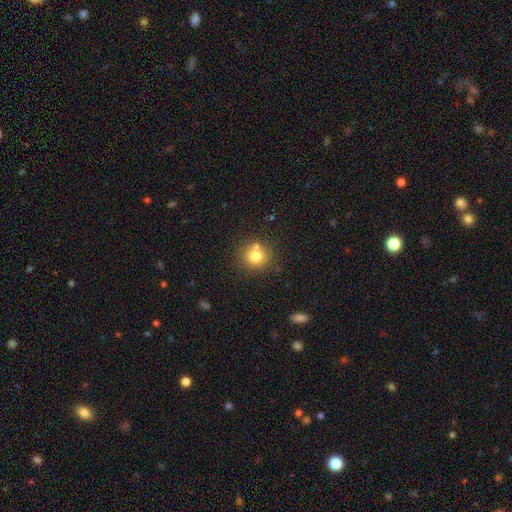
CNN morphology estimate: smooth_or_featured: smooth (p=0.77) [alt: star or artifact p=0.12]
how_rounded: round (p=0.89) [alt: in between p=0.10]
merging: none (p=0.70) [alt: merger p=0.17]